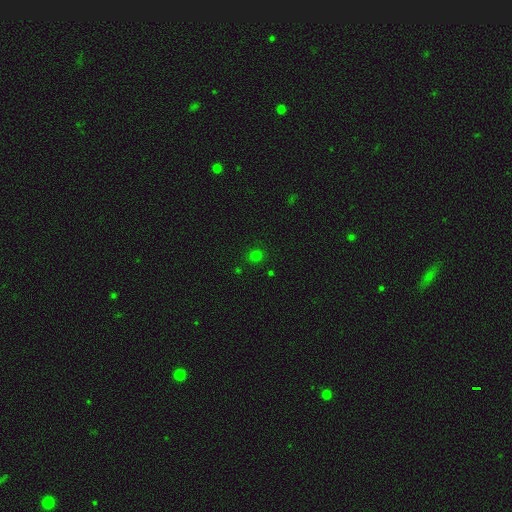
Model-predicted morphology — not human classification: Smooth or featured? Predicted: smooth (p=0.73). How rounded? Predicted: round (p=0.90). Merging? Predicted: none (p=0.89).